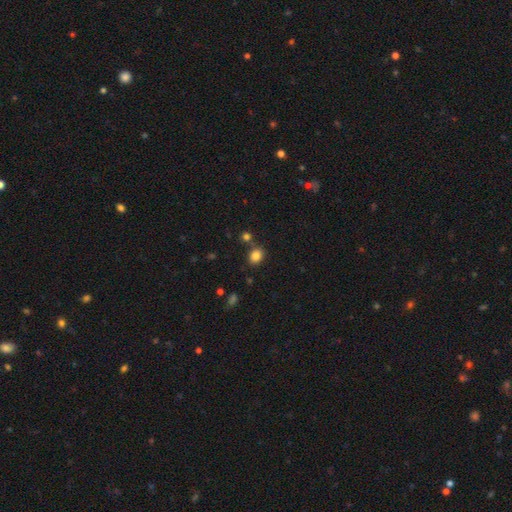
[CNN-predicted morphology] smooth 84%, star or artifact 12%, featured or disk 5%. Down the decision tree: how rounded — round (58%); merging — none (74%).